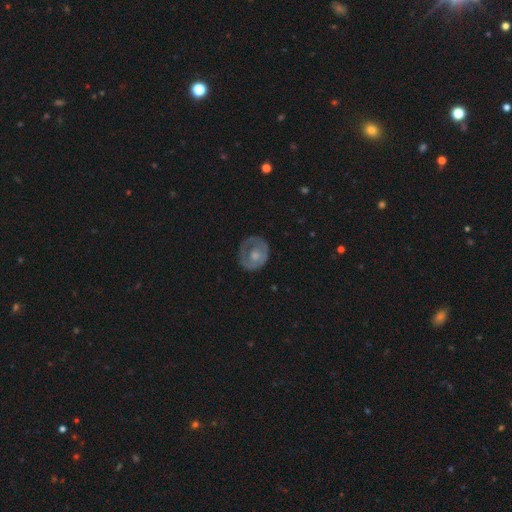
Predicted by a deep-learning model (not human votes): A smooth galaxy with no disk features (48%).

Vote fractions:
- Smooth or featured? smooth: 48% / featured or disk: 46% / star or artifact: 6%
- Merging? none: 66% / minor disturbance: 21% / major disturbance: 12% / merger: 1%